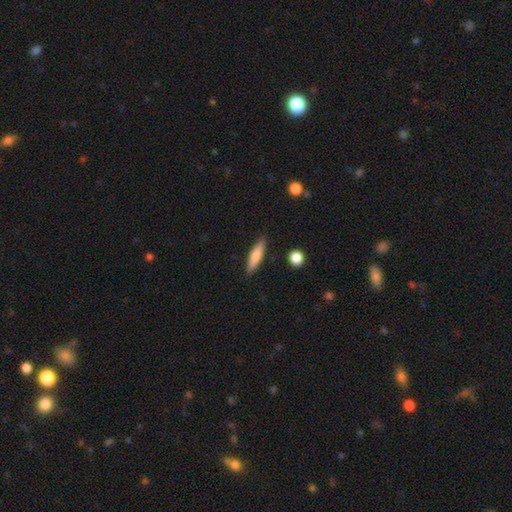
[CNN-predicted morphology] Smooth or featured? Predicted: smooth (p=0.73). How rounded? Predicted: cigar-shaped (p=0.75). Merging? Predicted: none (p=0.87).